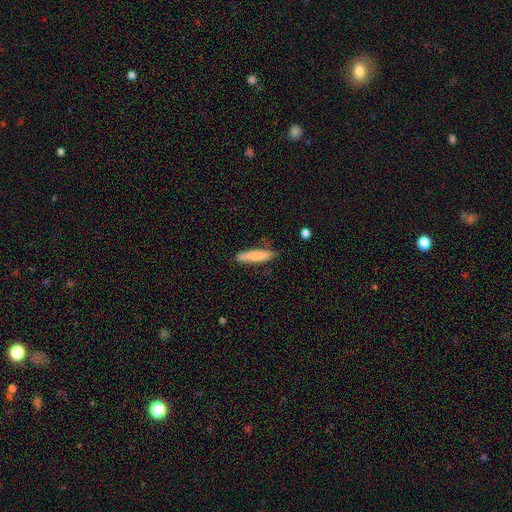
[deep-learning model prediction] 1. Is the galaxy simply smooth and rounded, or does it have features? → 79% smooth, 15% featured or disk, 6% star or artifact.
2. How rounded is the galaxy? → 86% cigar-shaped, 13% in between, 1% round.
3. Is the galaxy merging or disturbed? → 76% none, 18% minor disturbance, 4% major disturbance, 3% merger.